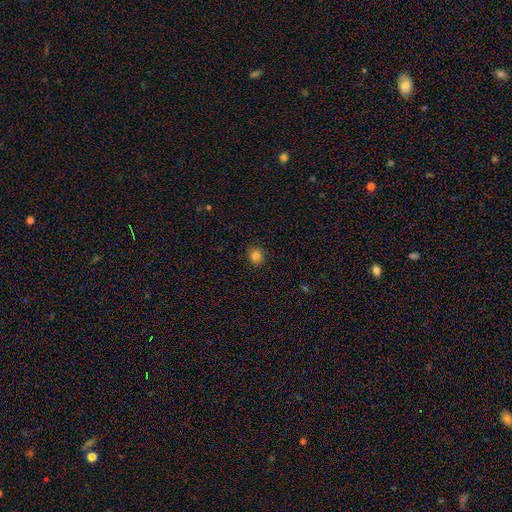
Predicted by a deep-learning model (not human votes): Smooth or featured: smooth — 82% (star or artifact — 13%)
How rounded: round — 83% (in between — 16%)
Merging: none — 90% (minor disturbance — 7%)